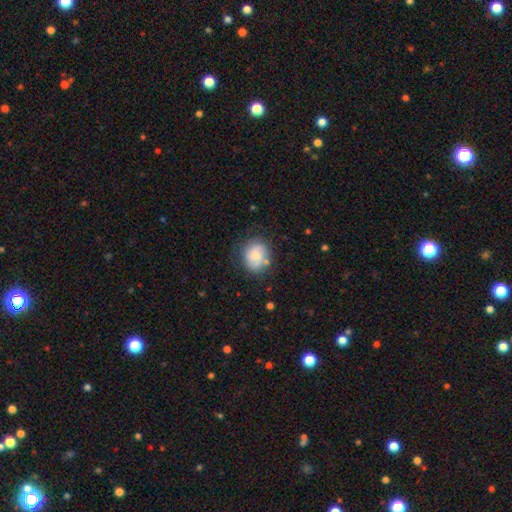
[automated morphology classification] Smooth or featured: smooth — 61% (featured or disk — 31%)
How rounded: round — 63% (in between — 36%)
Merging: none — 66% (minor disturbance — 21%)